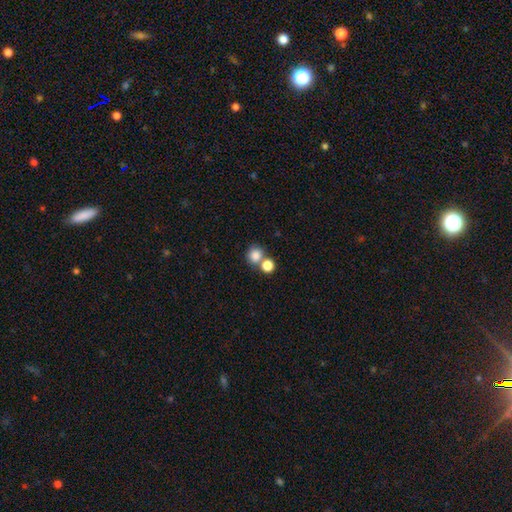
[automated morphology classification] Smooth or featured? Predicted: smooth (p=0.81). How rounded? Predicted: round (p=0.82). Merging? Predicted: none (p=0.50).